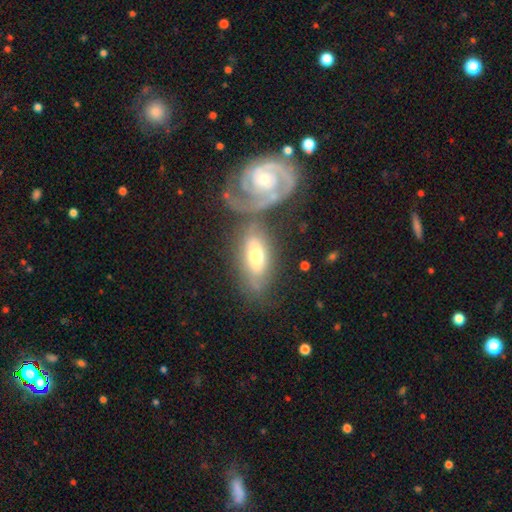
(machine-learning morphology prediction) The model was most divided on "smooth or featured": featured or disk: 54%, smooth: 40%, star or artifact: 6%. Remaining: edge-on disk — no (80%); merging — none (46%).